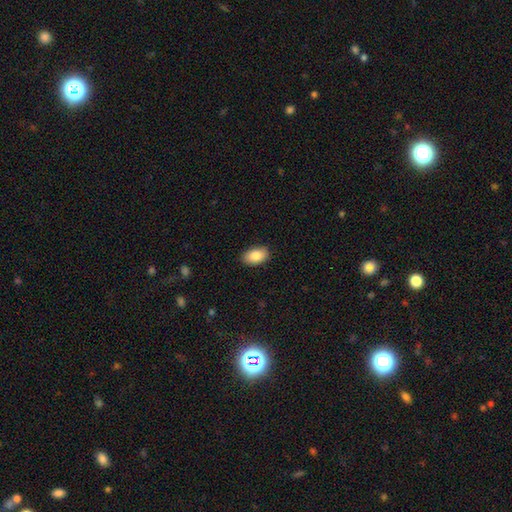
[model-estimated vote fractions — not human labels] Morphology: type=smooth (87%); roundness=in between (93%); merging=none (87%).